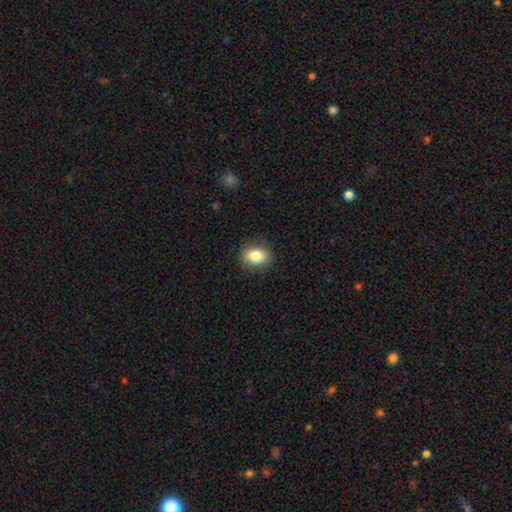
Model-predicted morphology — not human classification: smooth-or-featured: smooth: 83% | star or artifact: 9% | featured or disk: 8%
  how-rounded: in between: 64% | round: 35% | cigar-shaped: 1%
  merging: none: 87% | minor disturbance: 9% | major disturbance: 2% | merger: 1%